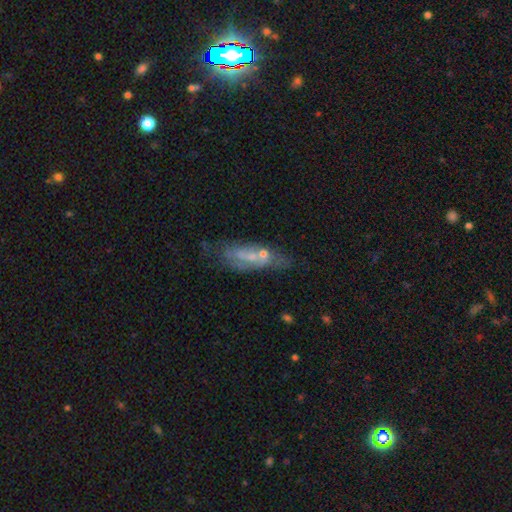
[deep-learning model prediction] Overall: featured or disk (54%; smooth 34%). Edge-on disk: no (79%). Merging: none (46%; minor disturbance 23%).